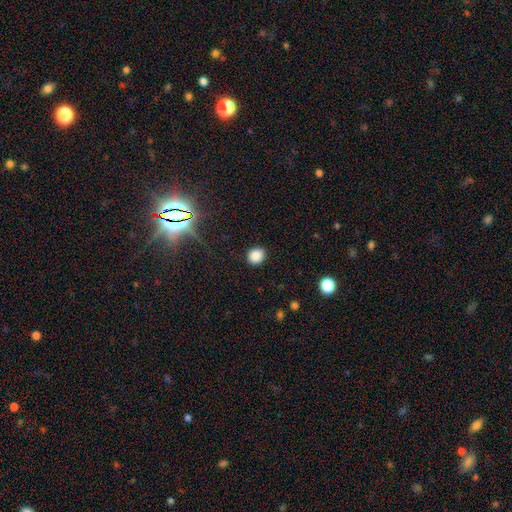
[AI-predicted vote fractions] Morphology: type=smooth (84%); roundness=round (78%); merging=none (90%).